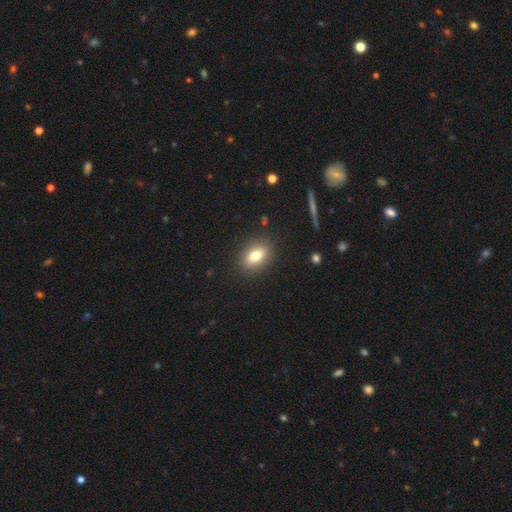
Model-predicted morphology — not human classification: smooth_or_featured: smooth (p=0.76) [alt: featured or disk p=0.14]
how_rounded: in between (p=0.74) [alt: round p=0.21]
merging: none (p=0.87) [alt: minor disturbance p=0.09]